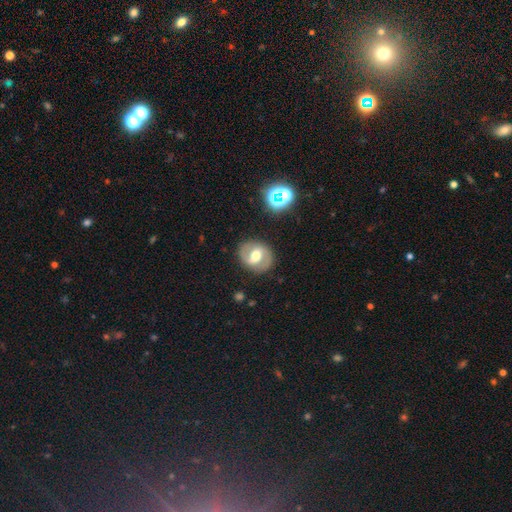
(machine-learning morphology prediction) Q: Smooth or featured?
A: featured or disk (71%); runner-up: smooth (22%)
Q: Edge-on disk?
A: no (97%); runner-up: yes (3%)
Q: Bar?
A: weak (44%); runner-up: strong (33%)
Q: Spiral arms?
A: yes (79%); runner-up: no (21%)
Q: Spiral winding?
A: medium (51%); runner-up: tight (29%)
Q: Spiral arm count?
A: 2 (88%); runner-up: can't tell (7%)
Q: Bulge size?
A: moderate (71%); runner-up: large (15%)
Q: Merging?
A: none (85%); runner-up: minor disturbance (10%)